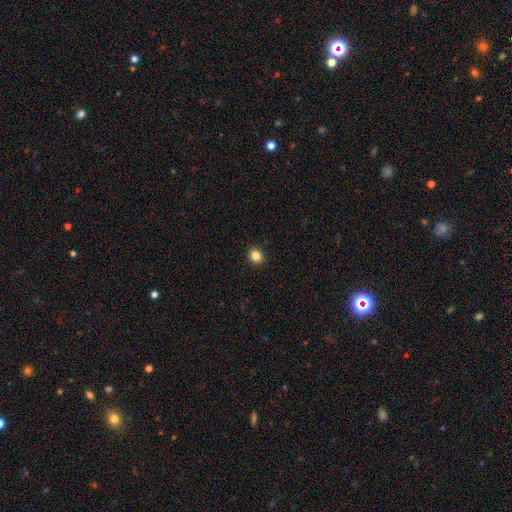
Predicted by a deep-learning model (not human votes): A smooth galaxy with no disk features (85%) that is round (59%). Merging: none (91%).